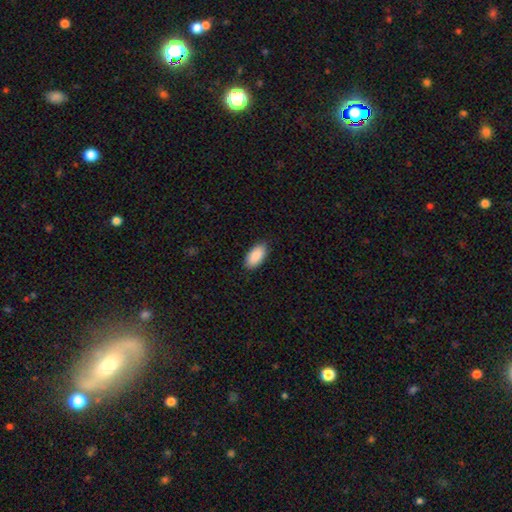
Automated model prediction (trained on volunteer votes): Overall: smooth (91%). How rounded: in between (95%). Merging: none (88%).